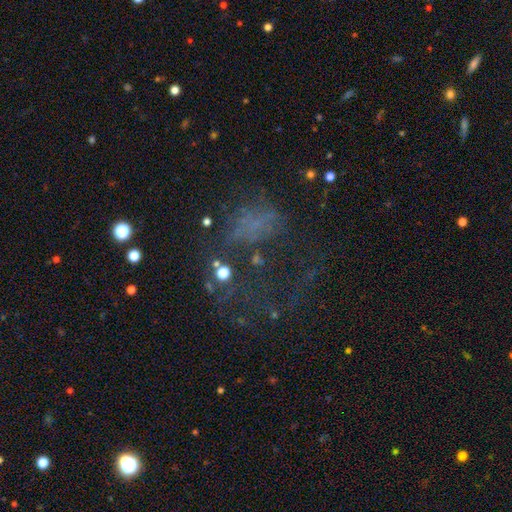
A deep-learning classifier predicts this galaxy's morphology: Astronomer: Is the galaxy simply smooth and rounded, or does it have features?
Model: star or artifact — 38% (runner-up: featured or disk, 32%).